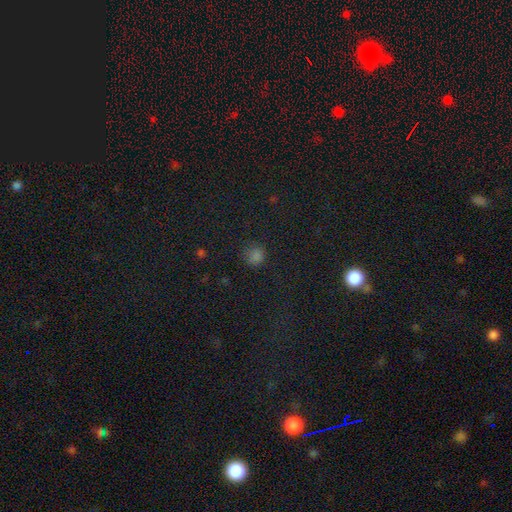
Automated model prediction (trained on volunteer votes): Smooth or featured? Predicted: smooth (p=0.74). How rounded? Predicted: round (p=0.86). Merging? Predicted: none (p=0.80).